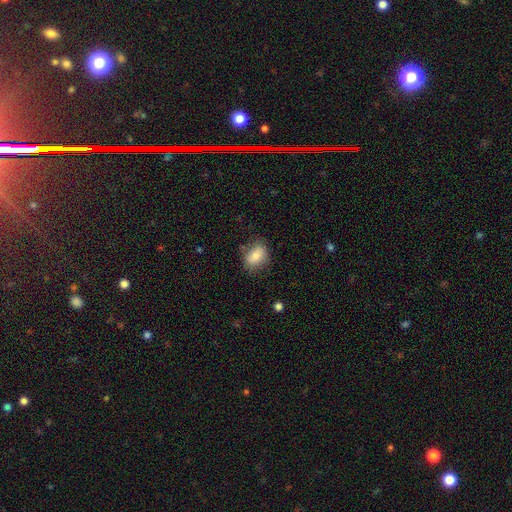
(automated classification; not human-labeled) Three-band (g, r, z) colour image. It shows a smooth galaxy with no disk features (82%) that is in between round and cigar-shaped (79%). Merging: none (72%).